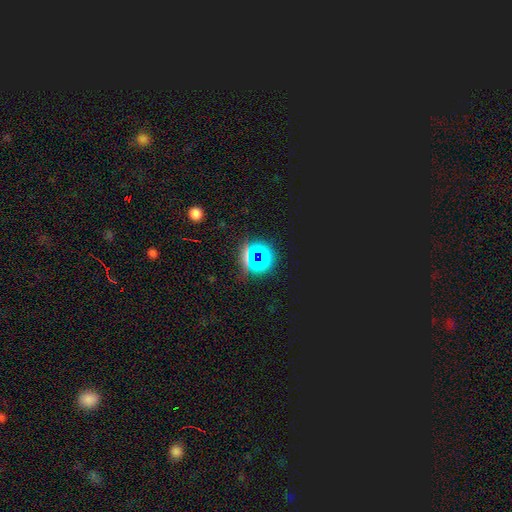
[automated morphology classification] smooth_or_featured: star or artifact (p=0.76) [alt: smooth p=0.16]